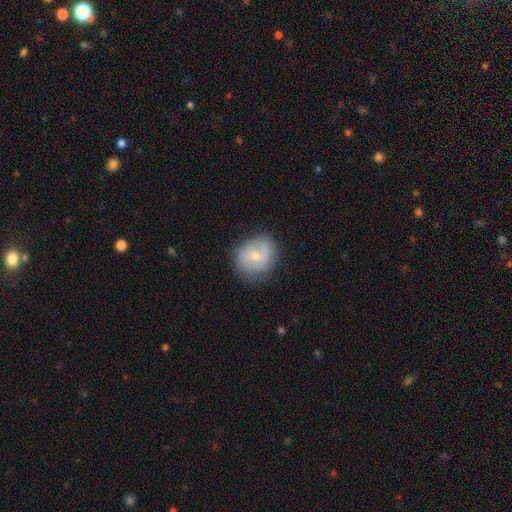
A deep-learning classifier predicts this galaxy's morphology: Q: Smooth or featured?
A: featured or disk (46%); tied with: smooth (46%)
Q: Merging?
A: none (72%); runner-up: minor disturbance (20%)